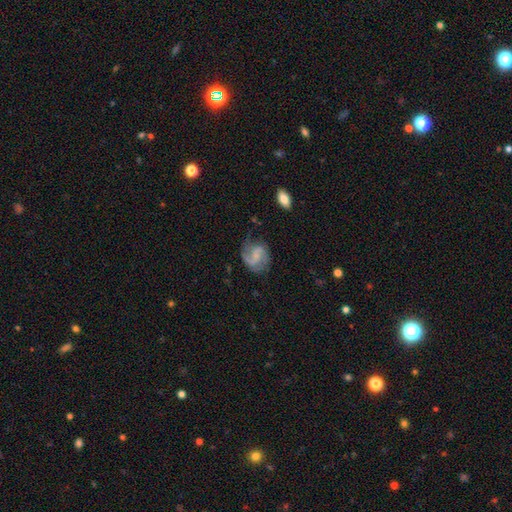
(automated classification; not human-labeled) smooth_or_featured: featured or disk (p=0.72) [alt: smooth p=0.21]
disk_edge_on: no (p=0.98) [alt: yes p=0.02]
bar: weak (p=0.47) [alt: no p=0.40]
has_spiral_arms: yes (p=0.93) [alt: no p=0.07]
spiral_winding: medium (p=0.44) [alt: loose p=0.42]
spiral_arm_count: 2 (p=0.78) [alt: 1 p=0.12]
bulge_size: none (p=0.45) [alt: small p=0.36]
merging: none (p=0.62) [alt: minor disturbance p=0.22]